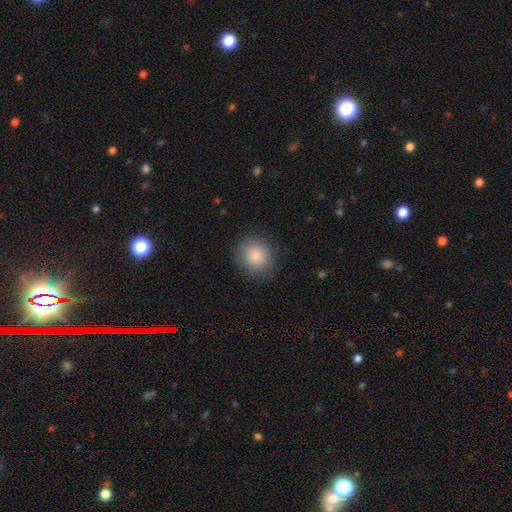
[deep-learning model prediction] smooth-or-featured: smooth: 86% | star or artifact: 9% | featured or disk: 5%
  how-rounded: round: 84% | in between: 15% | cigar-shaped: 1%
  merging: none: 87% | minor disturbance: 9% | major disturbance: 3% | merger: 1%